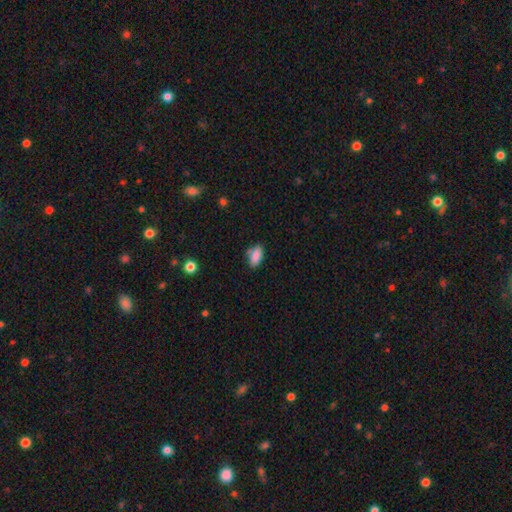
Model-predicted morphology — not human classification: A smooth galaxy with no disk features (86%) that is in between round and cigar-shaped (89%). Merging: none (69%).